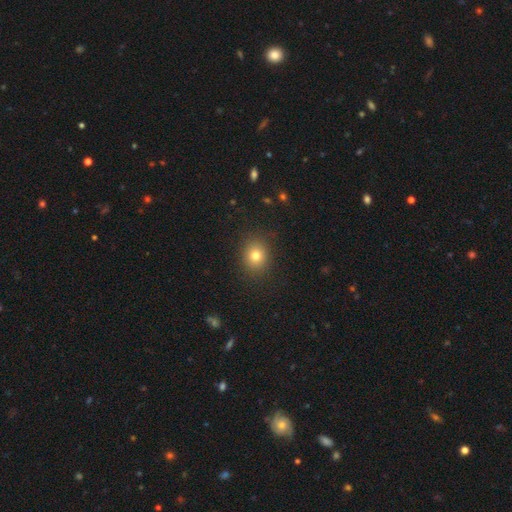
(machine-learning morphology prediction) smooth-or-featured: smooth: 78% | star or artifact: 13% | featured or disk: 8%
  how-rounded: round: 68% | in between: 31% | cigar-shaped: 1%
  merging: none: 88% | minor disturbance: 8% | major disturbance: 3% | merger: 1%